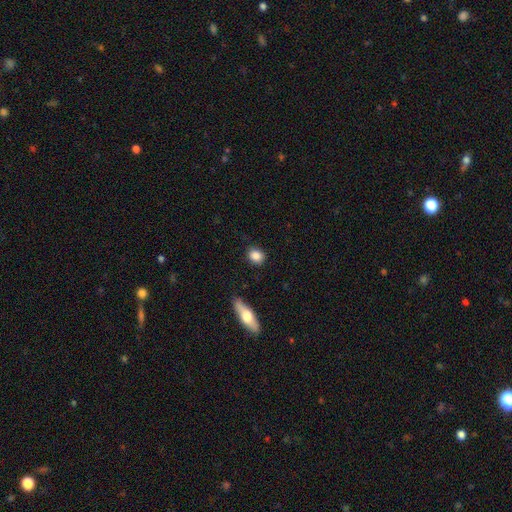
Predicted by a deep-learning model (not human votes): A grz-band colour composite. It shows a smooth galaxy with no disk features (86%) that is round (65%). Merging: none (87%).